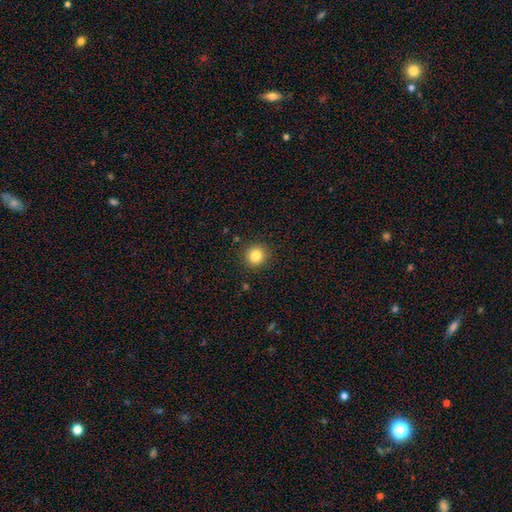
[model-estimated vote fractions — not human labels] Smooth or featured?
  - smooth: 83% *
  - star or artifact: 11%
  - featured or disk: 5%
How rounded?
  - round: 93% *
  - in between: 6%
  - cigar-shaped: 1%
Merging?
  - none: 90% *
  - minor disturbance: 7%
  - major disturbance: 2%
  - merger: 1%